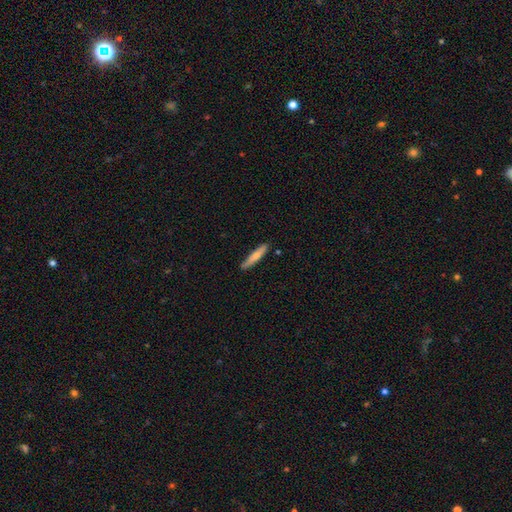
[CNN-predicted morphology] smooth_or_featured: smooth (p=0.67) [alt: featured or disk p=0.27]
how_rounded: cigar-shaped (p=0.91) [alt: in between p=0.07]
merging: none (p=0.86) [alt: minor disturbance p=0.11]